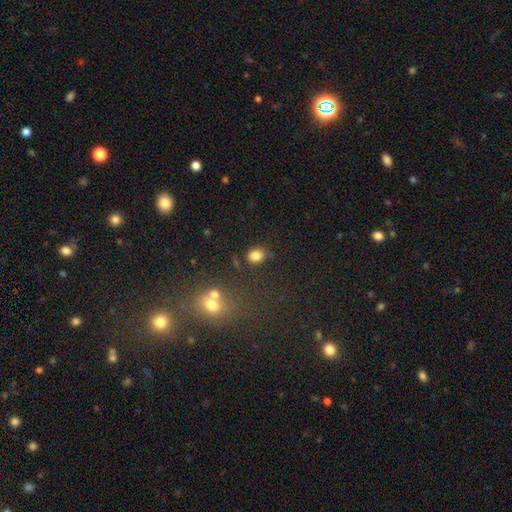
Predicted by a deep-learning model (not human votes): Q: Smooth or featured?
A: smooth (82%); runner-up: star or artifact (12%)
Q: How rounded?
A: round (59%); runner-up: in between (40%)
Q: Merging?
A: none (71%); runner-up: minor disturbance (17%)